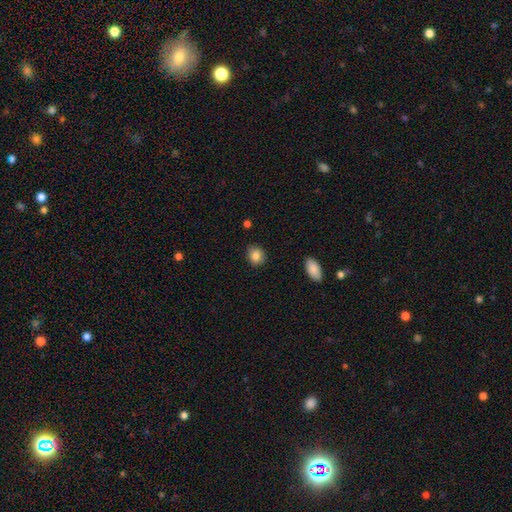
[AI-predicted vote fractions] A smooth galaxy with no disk features (84%) that is round (65%). Merging: none (87%).